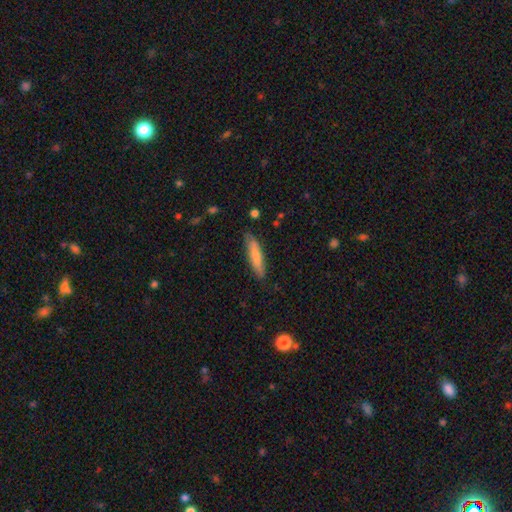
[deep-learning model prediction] A smooth galaxy with no disk features (75%) that is cigar-shaped (82%).

Vote fractions:
- Smooth or featured? smooth: 75% / featured or disk: 20% / star or artifact: 6%
- How rounded? cigar-shaped: 82% / in between: 16% / round: 1%
- Merging? none: 84% / minor disturbance: 12% / major disturbance: 2% / merger: 1%